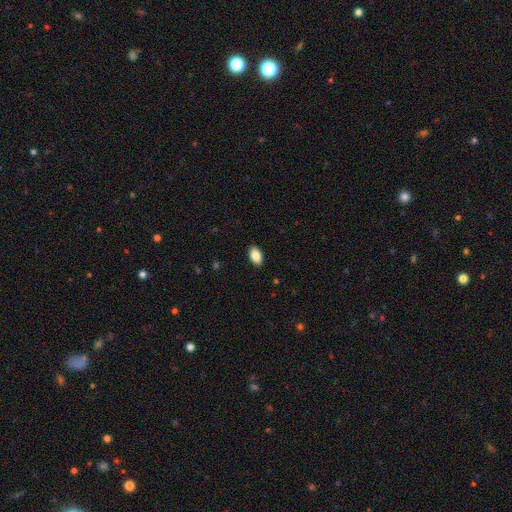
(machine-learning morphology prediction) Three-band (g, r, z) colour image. It shows a smooth galaxy with no disk features (86%) that is in between round and cigar-shaped (92%). Merging: none (90%).